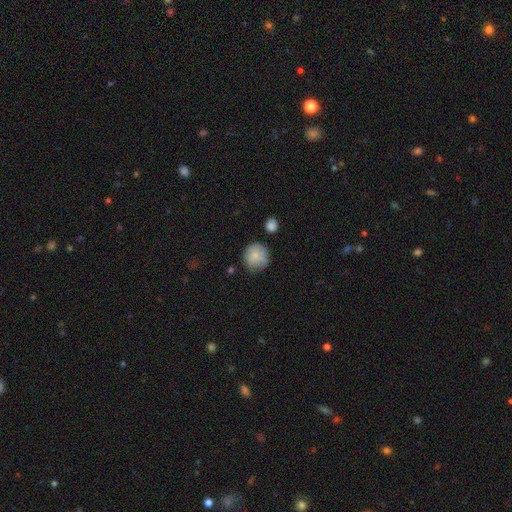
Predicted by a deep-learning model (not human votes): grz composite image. It shows a smooth galaxy with no disk features (81%) that is round (92%). Merging: none (71%).